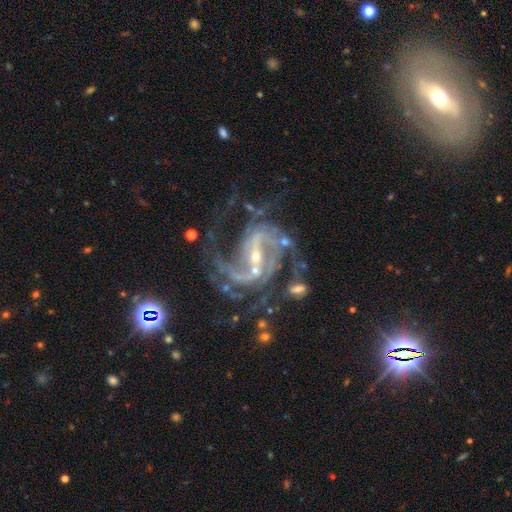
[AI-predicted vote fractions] smooth-or-featured: featured or disk: 91% | star or artifact: 6% | smooth: 2%
  disk-edge-on: no: 98% | yes: 2%
    bar: strong: 56% | weak: 33% | no: 11%
    has-spiral-arms: yes: 98% | no: 2%
      spiral-winding: medium: 57% | loose: 23% | tight: 21%
      spiral-arm-count: 2: 67% | 3: 13% | can't tell: 7% | 4: 5% | 1: 4% | more than 4: 4%
    bulge-size: small: 71% | moderate: 24% | none: 2% | large: 2% | dominant: 1%
  merging: none: 53% | major disturbance: 22% | minor disturbance: 17% | merger: 7%